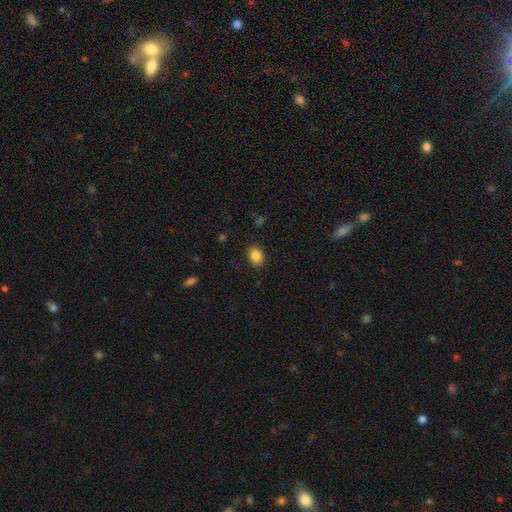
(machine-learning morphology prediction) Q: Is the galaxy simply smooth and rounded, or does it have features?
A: smooth — 87%.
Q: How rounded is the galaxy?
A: in between — 72%.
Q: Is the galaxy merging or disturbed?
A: none — 88%.